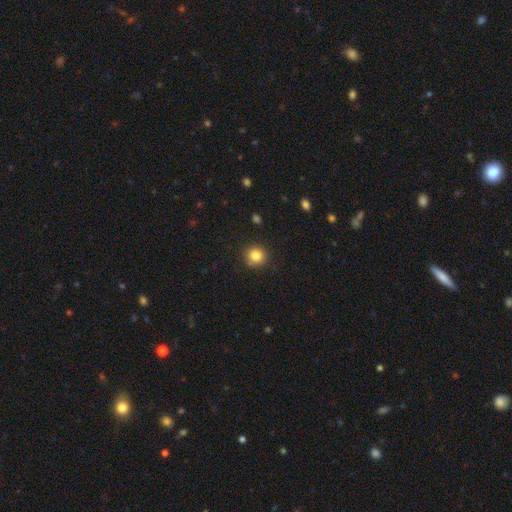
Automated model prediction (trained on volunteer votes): smooth_or_featured: smooth (p=0.83) [alt: star or artifact p=0.11]
how_rounded: round (p=0.93) [alt: in between p=0.06]
merging: none (p=0.90) [alt: minor disturbance p=0.07]